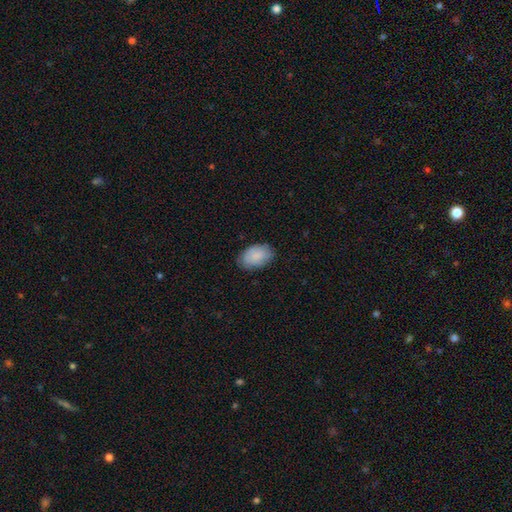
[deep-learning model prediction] Smooth or featured: smooth — 85% (featured or disk — 10%)
How rounded: in between — 91% (round — 8%)
Merging: none — 80% (minor disturbance — 16%)